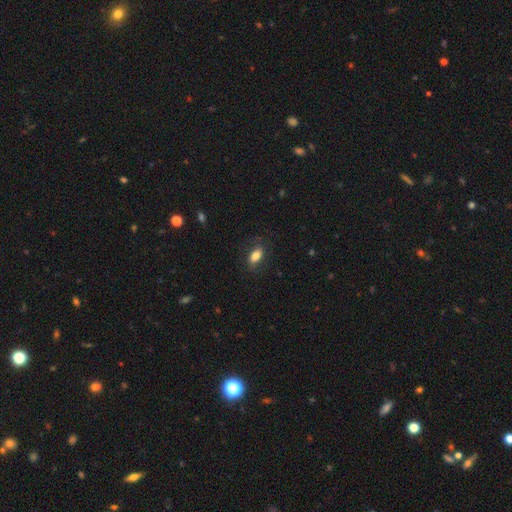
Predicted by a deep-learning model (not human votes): smooth 78%, featured or disk 14%, star or artifact 8%. Down the decision tree: how rounded — in between (87%); merging — none (77%).